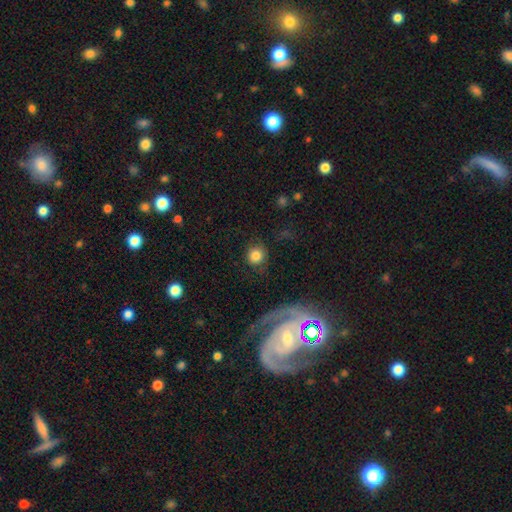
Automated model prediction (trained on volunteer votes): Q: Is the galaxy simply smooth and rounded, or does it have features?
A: smooth — 80%.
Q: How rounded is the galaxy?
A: round — 89%.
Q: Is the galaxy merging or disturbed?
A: none — 78%.